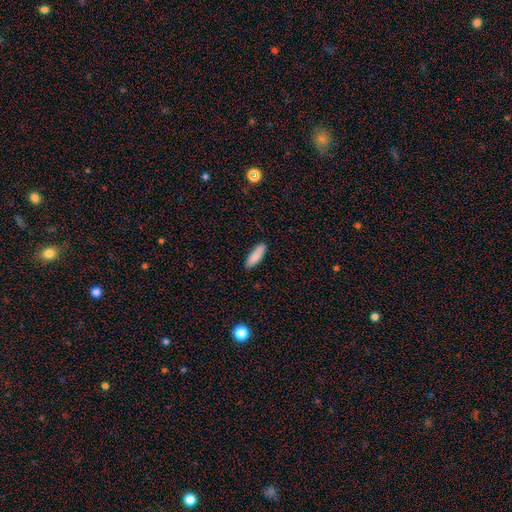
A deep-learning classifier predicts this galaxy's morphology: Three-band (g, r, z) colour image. It shows a smooth galaxy with no disk features (86%) that is in between round and cigar-shaped (53%). Merging: none (85%).